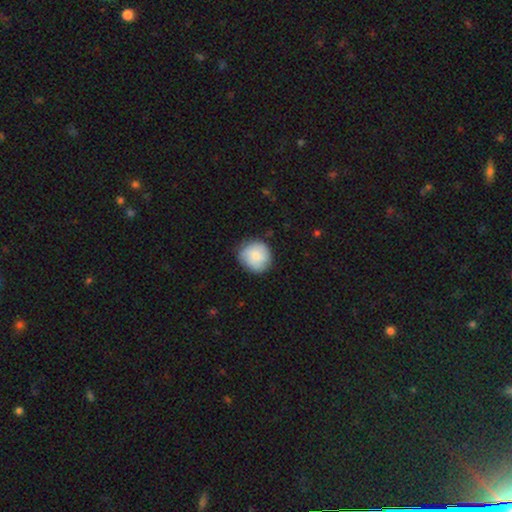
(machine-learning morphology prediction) This is likely a smooth galaxy (74%). How rounded: clearly round (90%). Merging: likely none (79%).